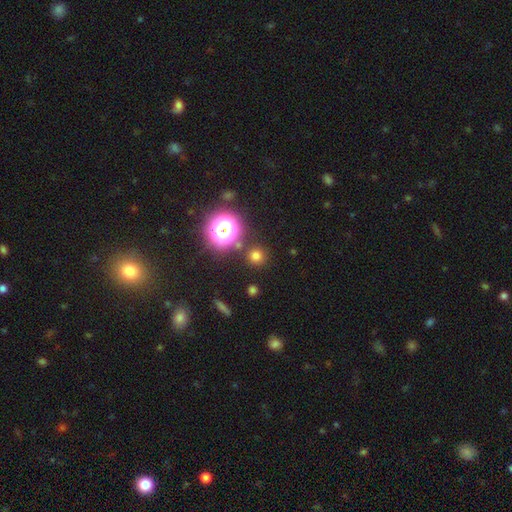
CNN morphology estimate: Overall: smooth (70%). How rounded: round (94%). Merging: none (87%).